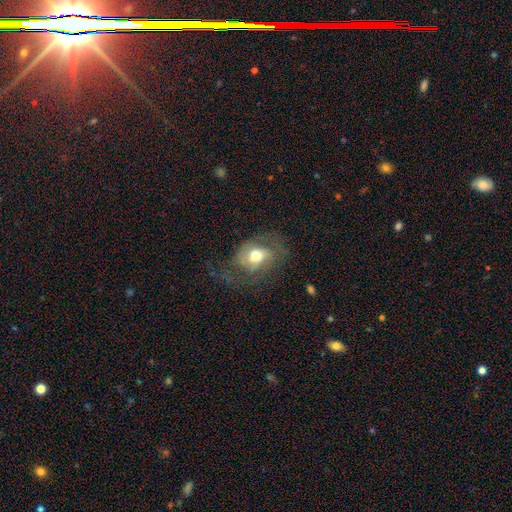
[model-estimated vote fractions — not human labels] This is possibly a featured or disk galaxy (60%). It is clearly not viewed edge-on (96%). Bar: likely no (64%). Spiral arm pattern: likely yes (77%). Central bulge: possibly moderate (54%). Merging: marginally none (44%).